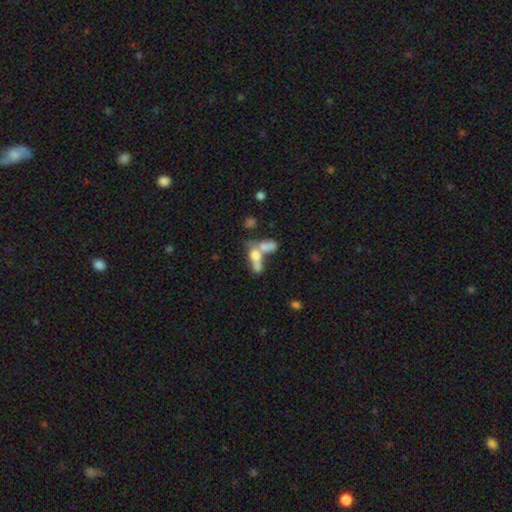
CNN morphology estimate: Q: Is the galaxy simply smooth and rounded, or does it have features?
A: smooth — 61%.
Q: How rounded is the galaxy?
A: in between — 71%.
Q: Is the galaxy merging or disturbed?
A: merger — 63%.